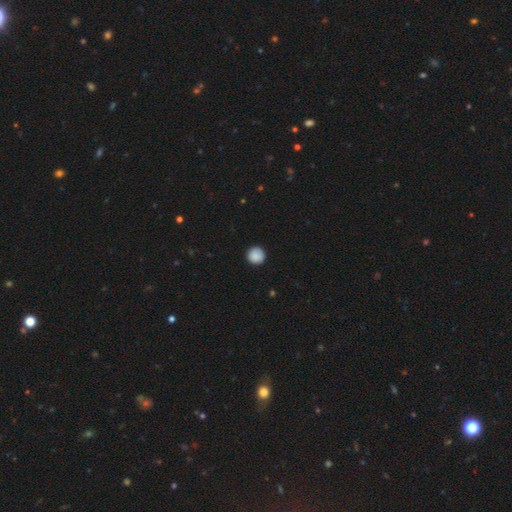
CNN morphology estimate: smooth_or_featured: smooth (p=0.89) [alt: star or artifact p=0.08]
how_rounded: round (p=0.96) [alt: in between p=0.03]
merging: none (p=0.92) [alt: minor disturbance p=0.06]